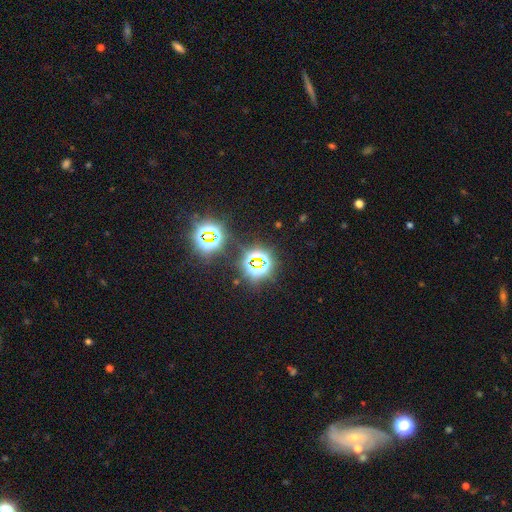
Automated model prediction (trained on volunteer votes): The model was most divided on "smooth or featured": star or artifact: 79%, smooth: 13%, featured or disk: 8%.